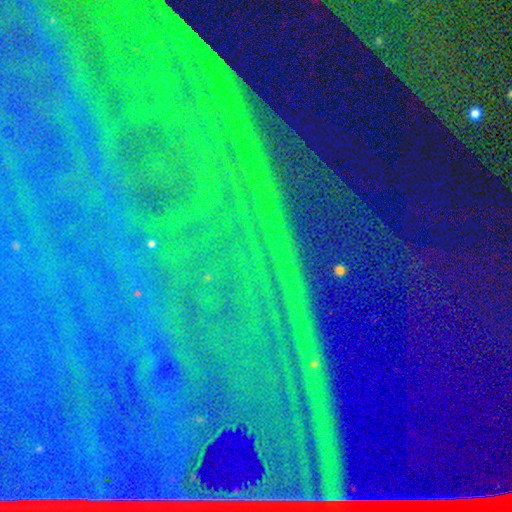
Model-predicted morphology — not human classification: Q: Smooth or featured?
A: star or artifact (84%); runner-up: smooth (8%)